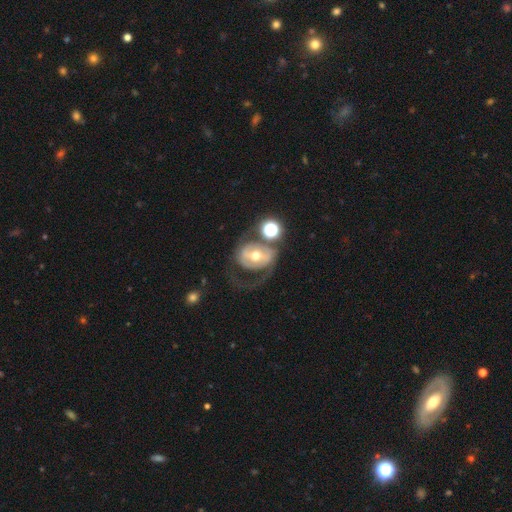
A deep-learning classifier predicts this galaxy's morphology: smooth-or-featured: featured or disk: 71% | smooth: 21% | star or artifact: 9%
  disk-edge-on: no: 96% | yes: 4%
    bar: no: 34% | weak: 33% | strong: 33%
    has-spiral-arms: yes: 73% | no: 27%
    bulge-size: moderate: 70% | small: 20% | large: 7% | dominant: 1% | none: 1%
  merging: none: 39% | major disturbance: 31% | minor disturbance: 16% | merger: 13%